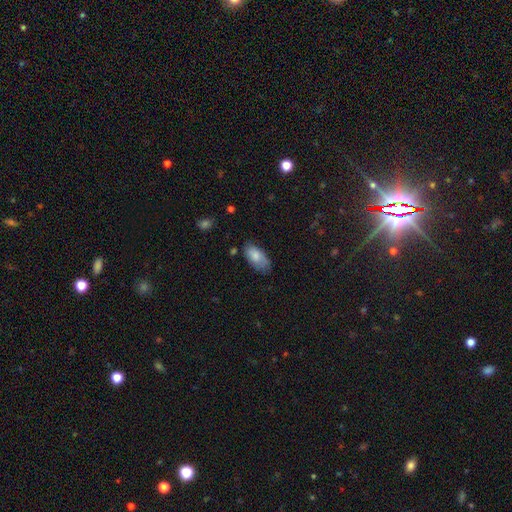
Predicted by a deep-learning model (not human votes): A smooth galaxy with no disk features (81%) that is in between round and cigar-shaped (92%).

Vote fractions:
- Smooth or featured? smooth: 81% / featured or disk: 13% / star or artifact: 6%
- How rounded? in between: 92% / cigar-shaped: 5% / round: 2%
- Merging? none: 65% / minor disturbance: 27% / major disturbance: 6% / merger: 2%